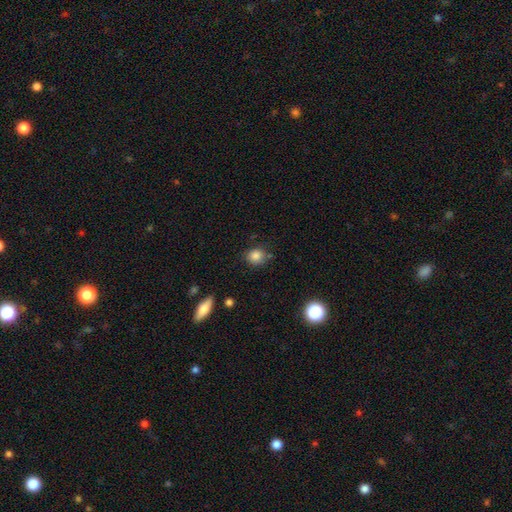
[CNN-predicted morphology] A smooth galaxy with no disk features (85%) that is round (75%).

Vote fractions:
- Smooth or featured? smooth: 85% / star or artifact: 10% / featured or disk: 5%
- How rounded? round: 75% / in between: 24% / cigar-shaped: 1%
- Merging? none: 77% / minor disturbance: 16% / merger: 4% / major disturbance: 4%